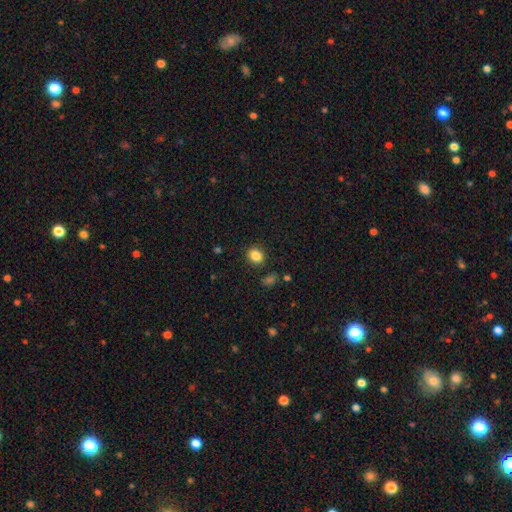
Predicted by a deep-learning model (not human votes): Smooth or featured: smooth — 85% (star or artifact — 11%)
How rounded: round — 66% (in between — 33%)
Merging: none — 87% (minor disturbance — 8%)